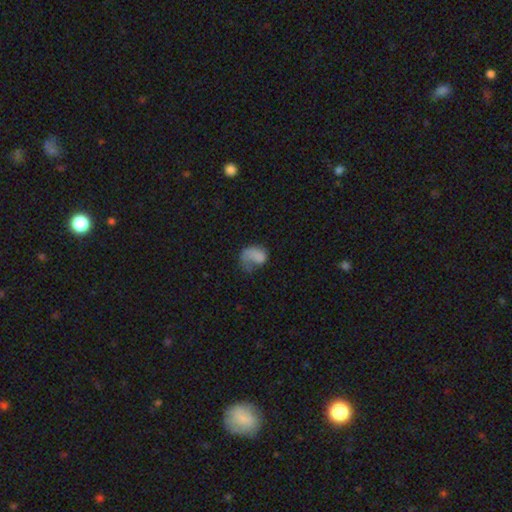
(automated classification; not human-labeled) Smooth or featured: smooth — 64% (featured or disk — 26%)
How rounded: in between — 69% (round — 29%)
Merging: major disturbance — 52% (none — 22%)